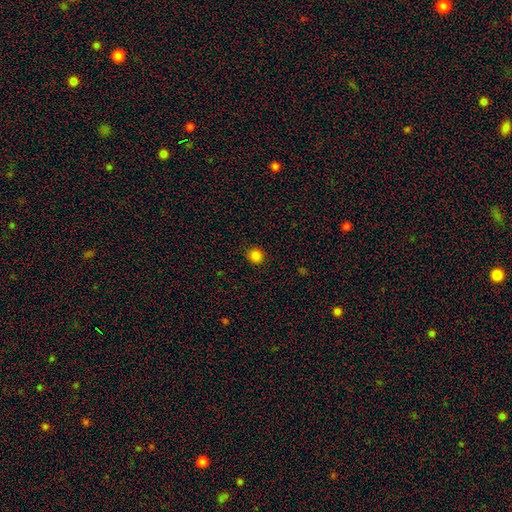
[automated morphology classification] Smooth or featured? smooth (84%)
How rounded? round (92%)
Merging? none (92%)